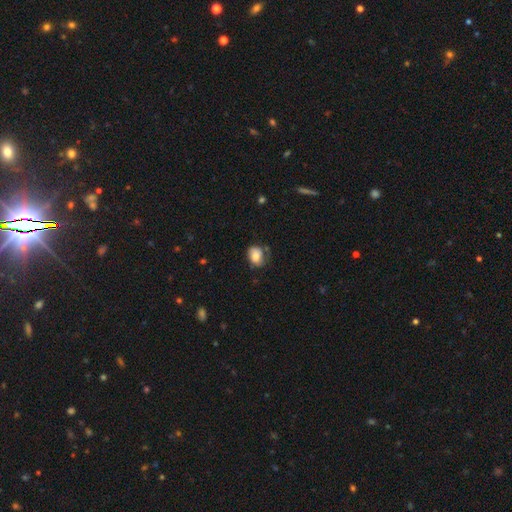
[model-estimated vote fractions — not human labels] The model was most divided on "merging": none: 50%, minor disturbance: 31%, major disturbance: 16%, merger: 3%. More confident: smooth or featured — smooth (71%); how rounded — in between (61%).